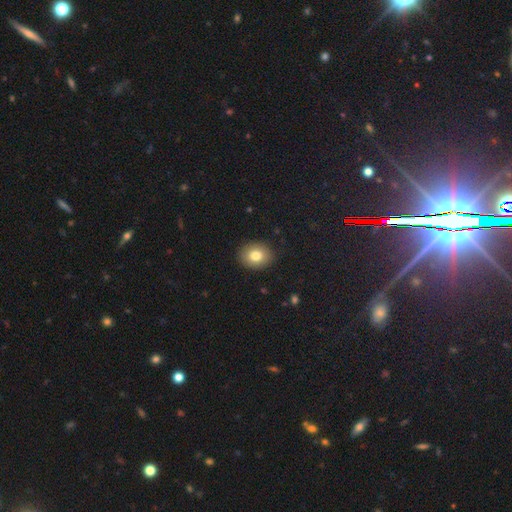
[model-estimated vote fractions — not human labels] Smooth or featured?
  - smooth: 79% *
  - featured or disk: 11%
  - star or artifact: 10%
How rounded?
  - round: 55% *
  - in between: 44%
  - cigar-shaped: 1%
Merging?
  - none: 89% *
  - minor disturbance: 8%
  - major disturbance: 2%
  - merger: 1%